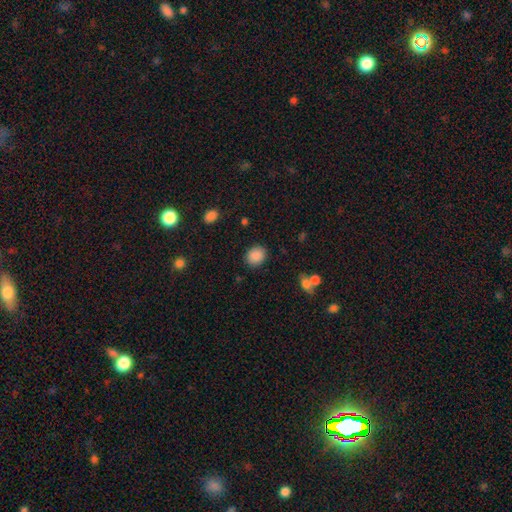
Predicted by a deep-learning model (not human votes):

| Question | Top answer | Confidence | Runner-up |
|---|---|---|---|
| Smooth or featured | smooth | 88% | star or artifact (8%) |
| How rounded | round | 61% | in between (38%) |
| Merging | none | 87% | minor disturbance (9%) |